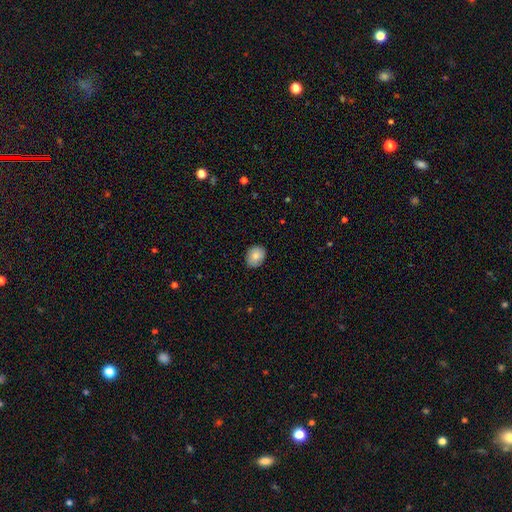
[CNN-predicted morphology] smooth-or-featured: smooth: 81% | featured or disk: 11% | star or artifact: 7%
  how-rounded: in between: 54% | round: 45% | cigar-shaped: 1%
  merging: none: 84% | minor disturbance: 13% | major disturbance: 2% | merger: 1%